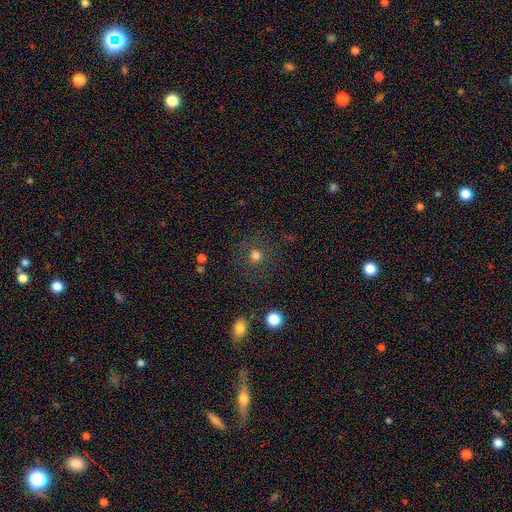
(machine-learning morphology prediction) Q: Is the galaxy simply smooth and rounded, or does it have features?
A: smooth — 69%.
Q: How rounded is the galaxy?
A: round — 93%.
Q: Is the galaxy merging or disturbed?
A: none — 83%.